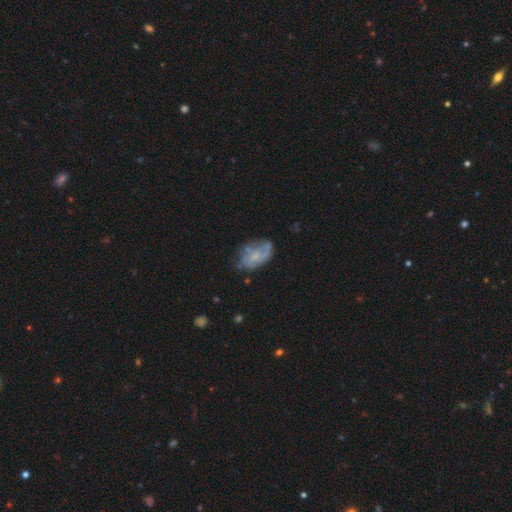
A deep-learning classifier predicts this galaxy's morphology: Smooth or featured?
  - featured or disk: 58% *
  - smooth: 33%
  - star or artifact: 9%
Edge-on disk?
  - no: 96% *
  - yes: 4%
Bar?
  - no: 78% *
  - weak: 18%
  - strong: 3%
Spiral arms?
  - no: 60% *
  - yes: 40%
Bulge size?
  - small: 52% *
  - none: 25%
  - moderate: 20%
  - large: 1%
  - dominant: 1%
Merging?
  - none: 50% *
  - minor disturbance: 28%
  - major disturbance: 16%
  - merger: 6%